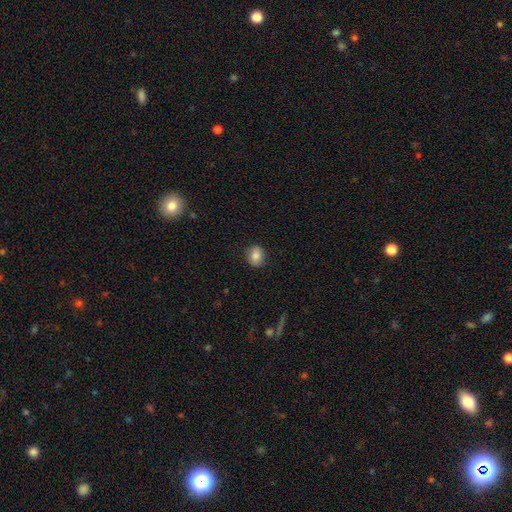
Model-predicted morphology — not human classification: smooth-or-featured: smooth: 83% | star or artifact: 9% | featured or disk: 8%
  how-rounded: round: 61% | in between: 38% | cigar-shaped: 1%
  merging: none: 88% | minor disturbance: 9% | major disturbance: 2% | merger: 1%